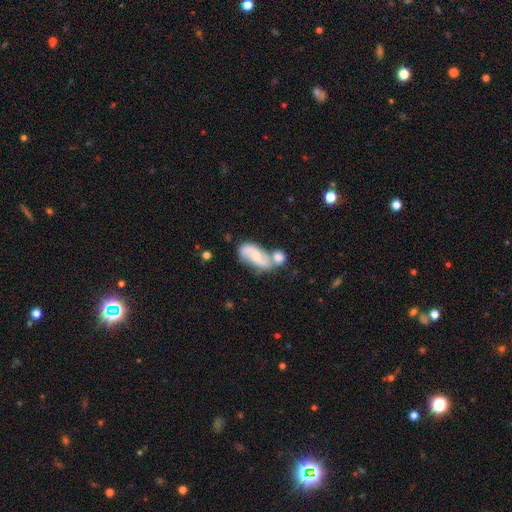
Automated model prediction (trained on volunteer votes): Smooth or featured? featured or disk (69%)
Edge-on disk? no (95%)
Bar? no (50%)
Spiral arms? yes (90%)
Spiral winding? loose (46%)
Spiral arm count? 2 (87%)
Bulge size? small (46%)
Merging? merger (44%)